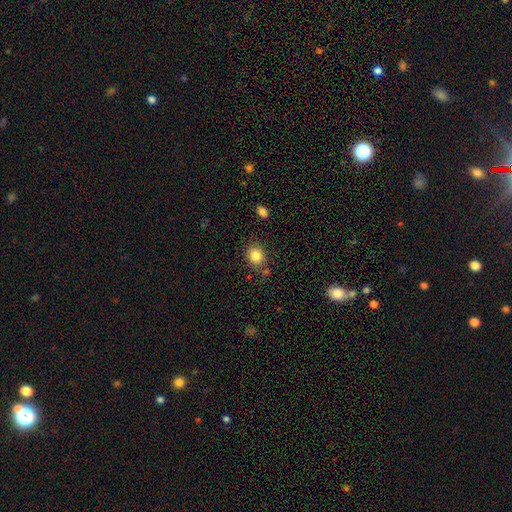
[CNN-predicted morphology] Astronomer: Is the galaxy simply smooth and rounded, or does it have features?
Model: smooth — 84%.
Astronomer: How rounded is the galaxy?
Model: round — 69%.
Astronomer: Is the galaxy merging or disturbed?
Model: none — 78%.